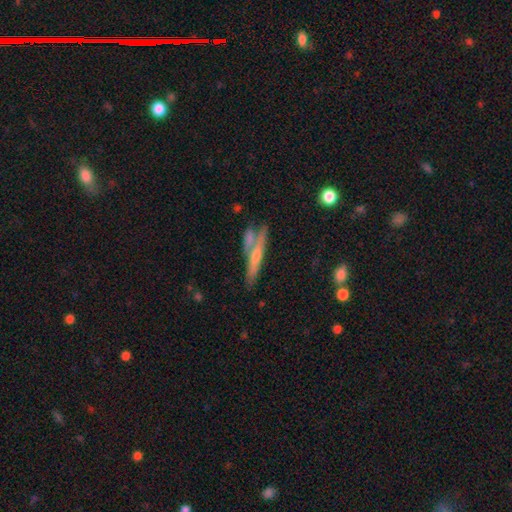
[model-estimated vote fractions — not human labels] Q: Smooth or featured?
A: featured or disk (52%); runner-up: smooth (41%)
Q: Edge-on disk?
A: yes (86%); runner-up: no (14%)
Q: Merging?
A: none (54%); runner-up: merger (25%)